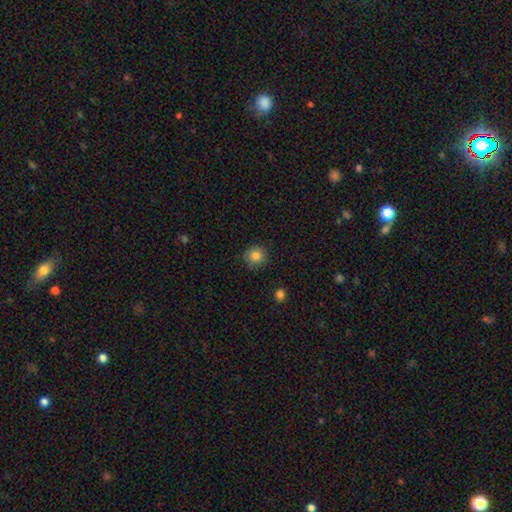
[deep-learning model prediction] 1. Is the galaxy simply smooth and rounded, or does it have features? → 84% smooth, 10% star or artifact, 6% featured or disk.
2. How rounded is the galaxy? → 91% round, 8% in between, 1% cigar-shaped.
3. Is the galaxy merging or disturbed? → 86% none, 11% minor disturbance, 2% major disturbance, 1% merger.